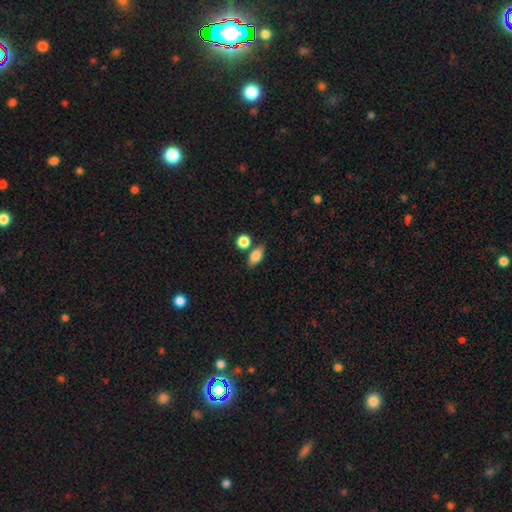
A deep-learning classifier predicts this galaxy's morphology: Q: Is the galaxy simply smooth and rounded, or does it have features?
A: smooth — 80%.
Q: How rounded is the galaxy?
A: in between — 79%.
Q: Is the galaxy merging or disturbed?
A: none — 69%.